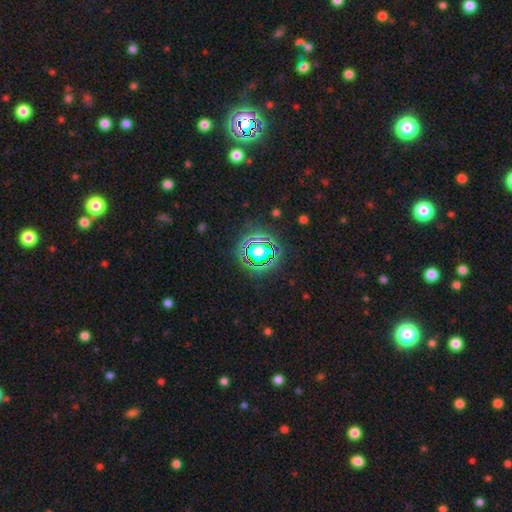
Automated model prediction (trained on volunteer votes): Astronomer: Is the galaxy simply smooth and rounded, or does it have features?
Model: star or artifact — 59%.